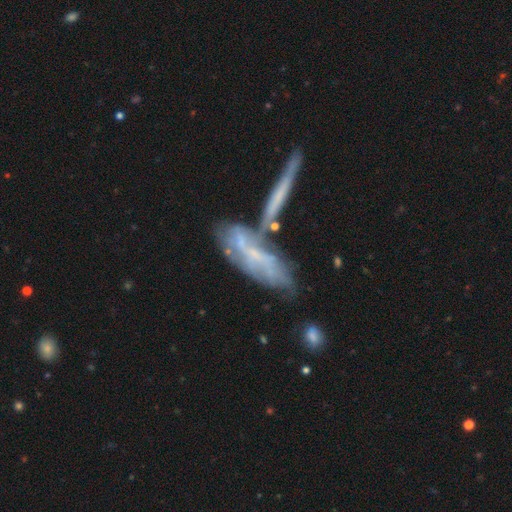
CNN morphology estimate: This appears to be a featured or disk galaxy (67%). Merging: none (41%).